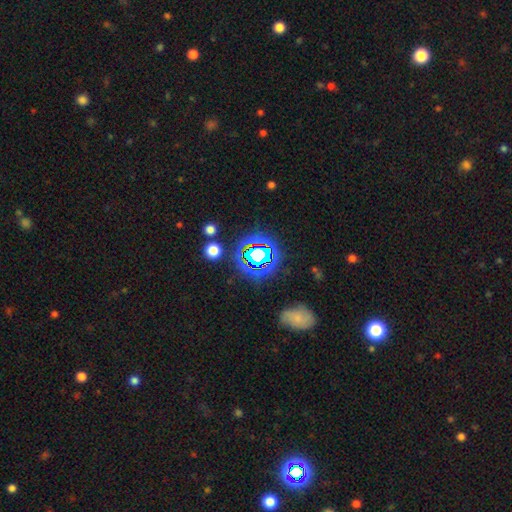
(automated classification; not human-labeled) star or artifact 65%, smooth 21%, featured or disk 14%.